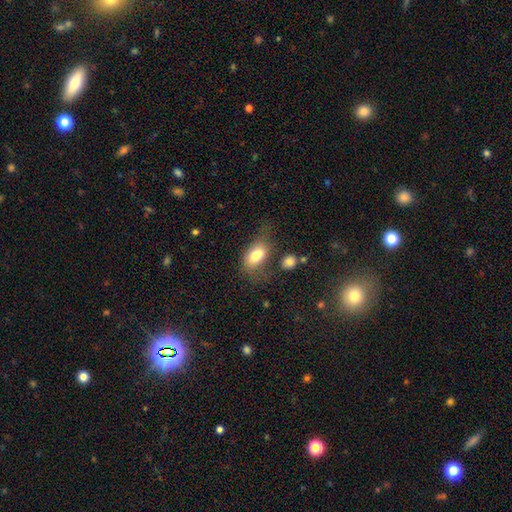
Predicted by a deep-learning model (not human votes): smooth-or-featured: smooth: 74% | featured or disk: 18% | star or artifact: 8%
  how-rounded: in between: 86% | round: 10% | cigar-shaped: 4%
  merging: none: 40% | minor disturbance: 24% | merger: 21% | major disturbance: 16%